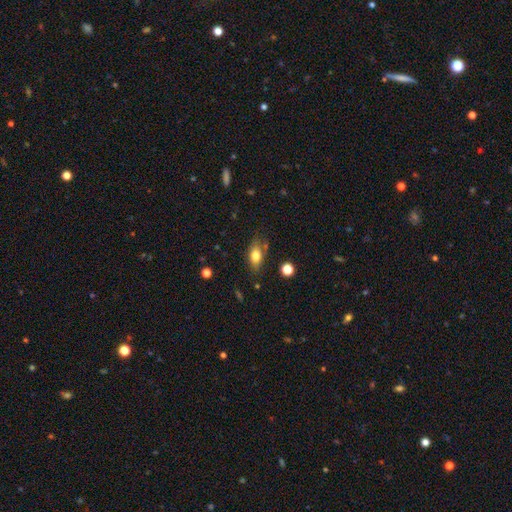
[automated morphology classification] Q: Smooth or featured?
A: smooth (76%); runner-up: featured or disk (15%)
Q: How rounded?
A: in between (83%); runner-up: cigar-shaped (9%)
Q: Merging?
A: none (75%); runner-up: minor disturbance (17%)